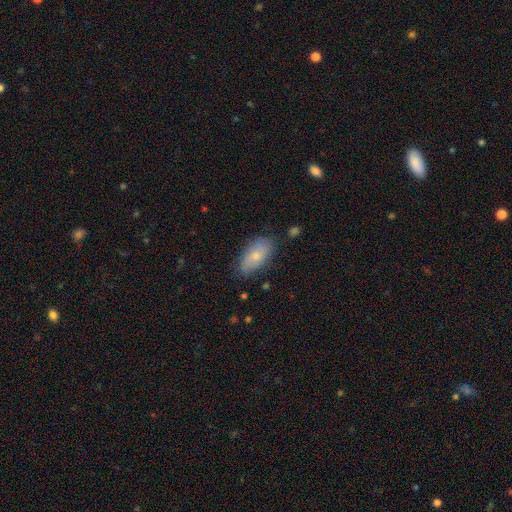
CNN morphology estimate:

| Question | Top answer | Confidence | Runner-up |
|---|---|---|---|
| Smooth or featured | smooth | 73% | featured or disk (20%) |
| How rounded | in between | 91% | cigar-shaped (5%) |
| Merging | none | 77% | minor disturbance (18%) |